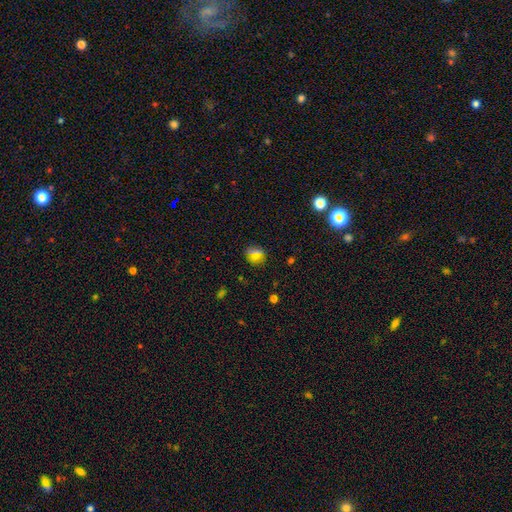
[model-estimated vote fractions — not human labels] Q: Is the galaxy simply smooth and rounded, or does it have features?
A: smooth — 65%.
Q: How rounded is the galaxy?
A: round — 84%.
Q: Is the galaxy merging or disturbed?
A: none — 82%.